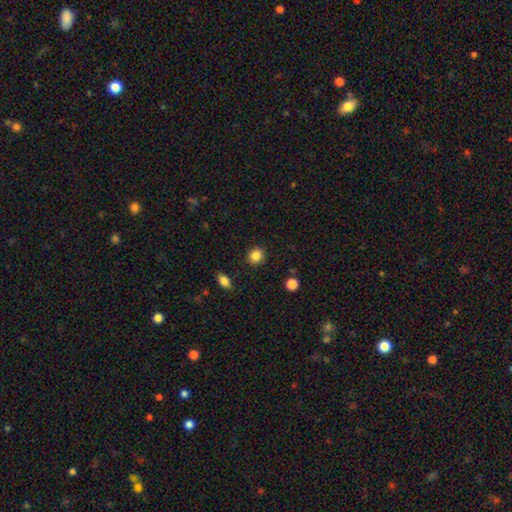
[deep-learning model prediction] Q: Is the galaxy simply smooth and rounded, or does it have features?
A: smooth — 86%.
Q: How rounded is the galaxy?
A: round — 78%.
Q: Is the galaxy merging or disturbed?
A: none — 89%.